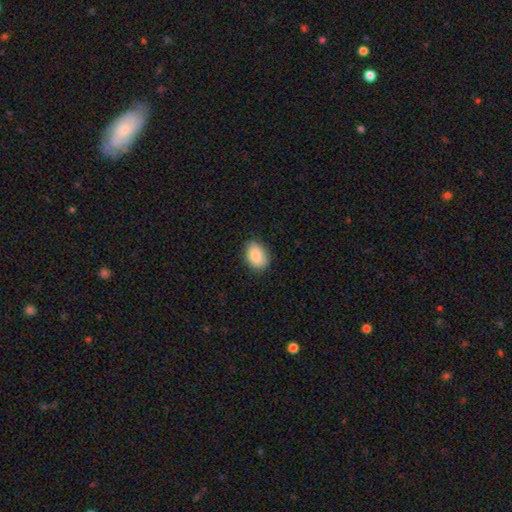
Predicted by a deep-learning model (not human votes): Smooth or featured?
  - smooth: 87% *
  - star or artifact: 7%
  - featured or disk: 6%
How rounded?
  - in between: 82% *
  - round: 17%
  - cigar-shaped: 1%
Merging?
  - none: 84% *
  - minor disturbance: 12%
  - major disturbance: 2%
  - merger: 1%